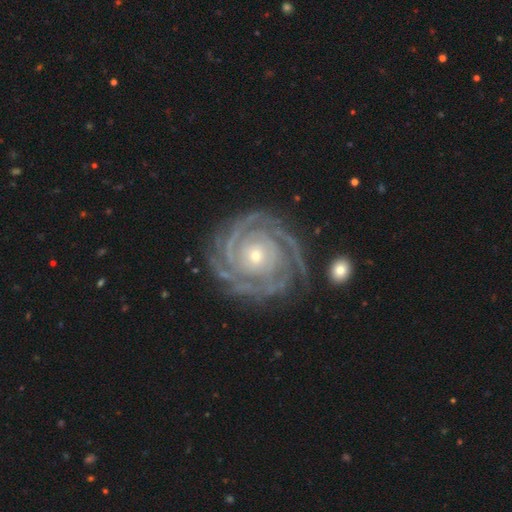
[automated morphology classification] featured or disk 91%, star or artifact 5%, smooth 4%. Down the decision tree: edge-on disk — no (97%); bar — no (78%); spiral arms — yes (98%); spiral arm count — 4 (24%); spiral winding — tight (85%); bulge size — small (68%); merging — none (79%).